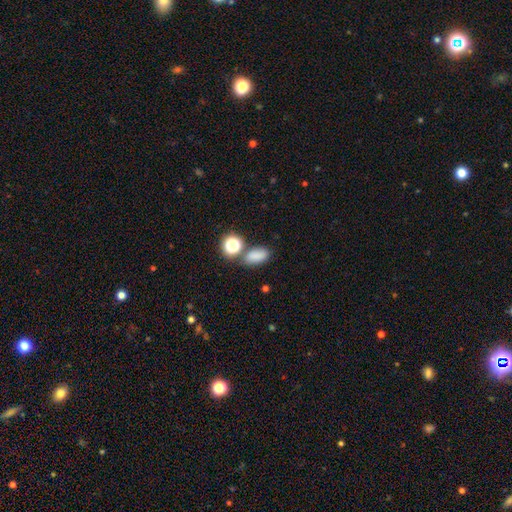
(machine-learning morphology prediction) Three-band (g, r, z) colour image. It shows a smooth galaxy with no disk features (79%) that is in between round and cigar-shaped (80%). Merging: none (67%).